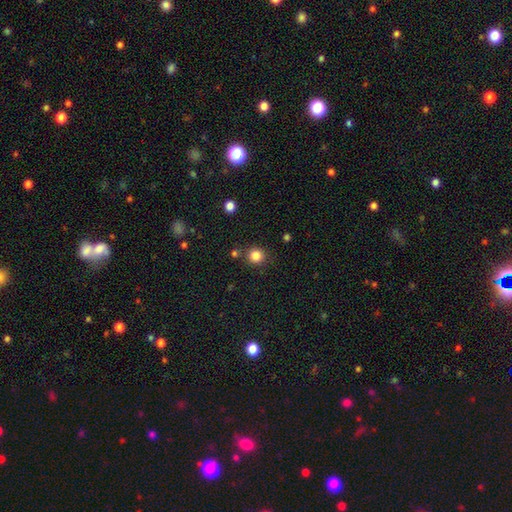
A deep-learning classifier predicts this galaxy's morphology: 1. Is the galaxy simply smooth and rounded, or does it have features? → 84% smooth, 12% star or artifact, 4% featured or disk.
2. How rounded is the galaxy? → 91% round, 8% in between, 1% cigar-shaped.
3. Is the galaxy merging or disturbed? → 83% none, 8% minor disturbance, 5% merger, 3% major disturbance.